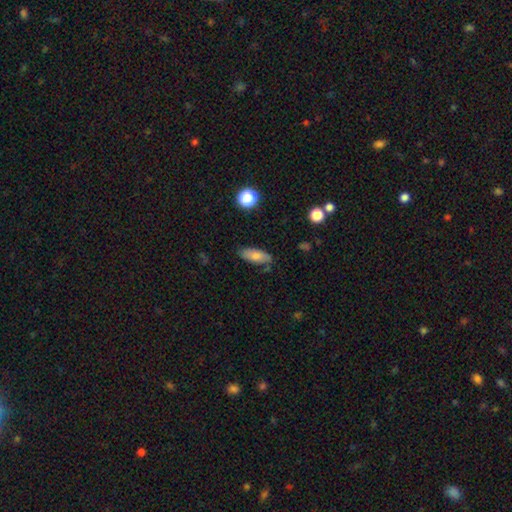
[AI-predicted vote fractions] Q: Smooth or featured?
A: smooth (77%); runner-up: featured or disk (15%)
Q: How rounded?
A: in between (78%); runner-up: cigar-shaped (19%)
Q: Merging?
A: none (74%); runner-up: minor disturbance (19%)